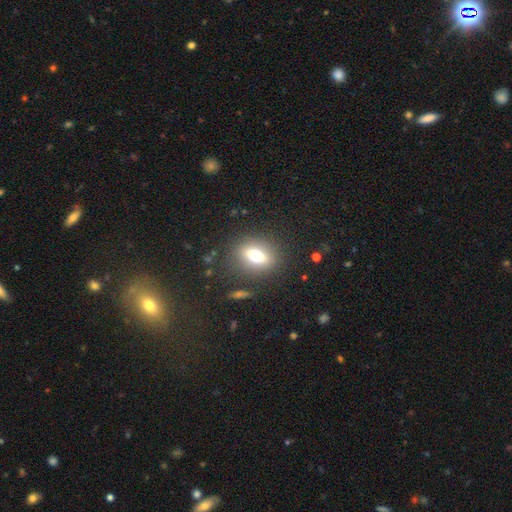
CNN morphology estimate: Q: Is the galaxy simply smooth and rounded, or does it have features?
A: smooth — 64%.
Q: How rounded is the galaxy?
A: in between — 59%.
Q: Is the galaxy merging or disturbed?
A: none — 83%.